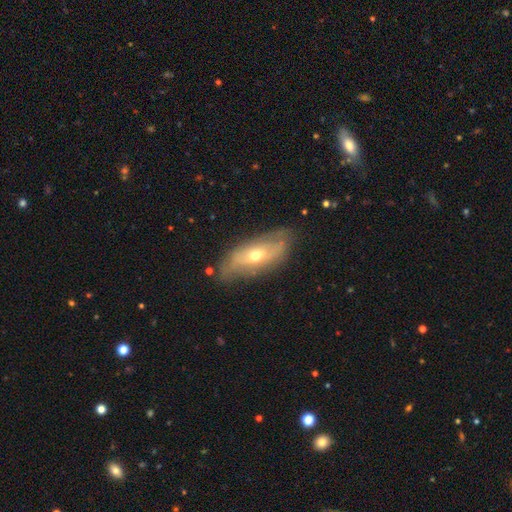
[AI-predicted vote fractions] This is possibly a featured or disk galaxy (54%). It is likely not viewed edge-on (75%). Merging: likely none (67%).